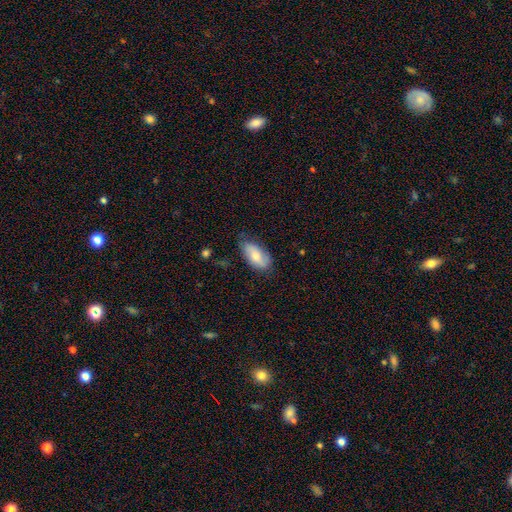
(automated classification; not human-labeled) smooth_or_featured: smooth (p=0.69) [alt: featured or disk p=0.24]
how_rounded: in between (p=0.92) [alt: cigar-shaped p=0.05]
merging: none (p=0.62) [alt: minor disturbance p=0.30]